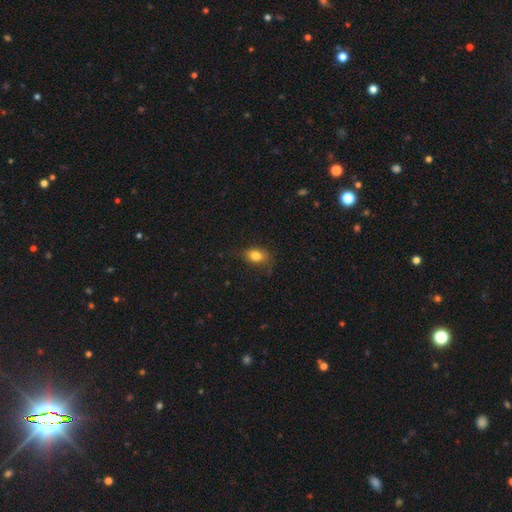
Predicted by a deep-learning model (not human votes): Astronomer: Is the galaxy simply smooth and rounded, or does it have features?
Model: smooth — 81%.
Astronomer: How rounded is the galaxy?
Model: in between — 80%.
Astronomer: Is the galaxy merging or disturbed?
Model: none — 66%.